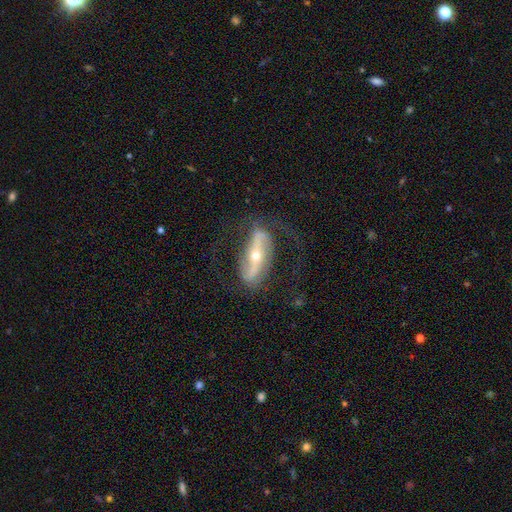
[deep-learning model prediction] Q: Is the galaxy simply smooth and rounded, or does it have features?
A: featured or disk — 85%.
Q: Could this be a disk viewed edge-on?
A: no — 86%.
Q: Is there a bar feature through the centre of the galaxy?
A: strong — 63%.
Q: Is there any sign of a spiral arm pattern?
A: yes — 90%.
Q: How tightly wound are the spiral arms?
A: loose — 50%.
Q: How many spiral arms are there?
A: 2 — 89%.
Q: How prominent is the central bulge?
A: small — 50%.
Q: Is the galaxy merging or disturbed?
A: none — 69%.